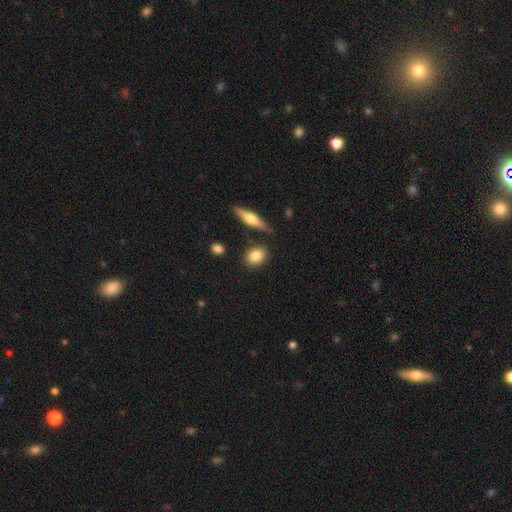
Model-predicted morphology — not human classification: This is clearly a smooth galaxy (82%). How rounded: possibly in between (52%). Merging: clearly none (82%).